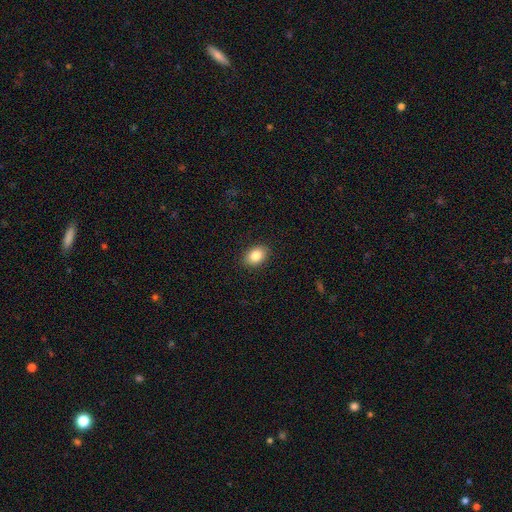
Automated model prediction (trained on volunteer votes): Smooth or featured? smooth (85%)
How rounded? in between (80%)
Merging? none (89%)